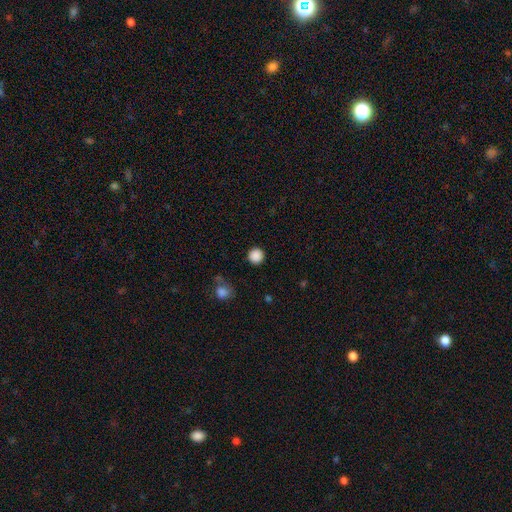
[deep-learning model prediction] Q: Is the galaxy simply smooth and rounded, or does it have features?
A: smooth — 87%.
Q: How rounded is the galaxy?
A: round — 96%.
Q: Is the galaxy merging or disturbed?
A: none — 90%.